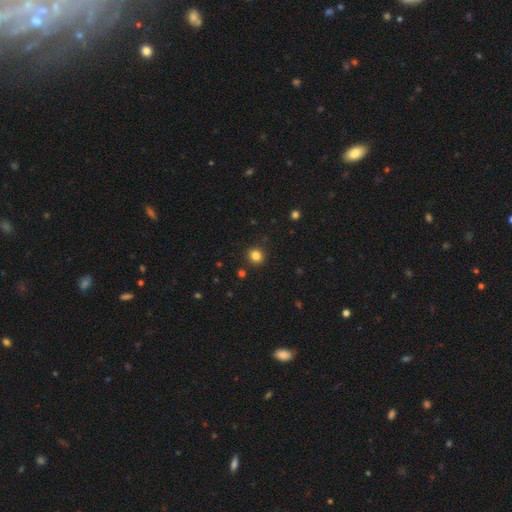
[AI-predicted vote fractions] smooth-or-featured: smooth: 83% | star or artifact: 13% | featured or disk: 4%
  how-rounded: round: 85% | in between: 14% | cigar-shaped: 1%
  merging: none: 90% | minor disturbance: 6% | major disturbance: 2% | merger: 2%